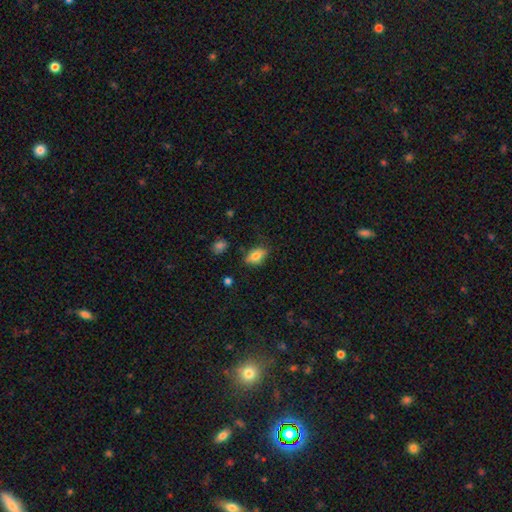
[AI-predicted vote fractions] Morphology: type=smooth (79%); roundness=in between (85%); merging=none (75%).